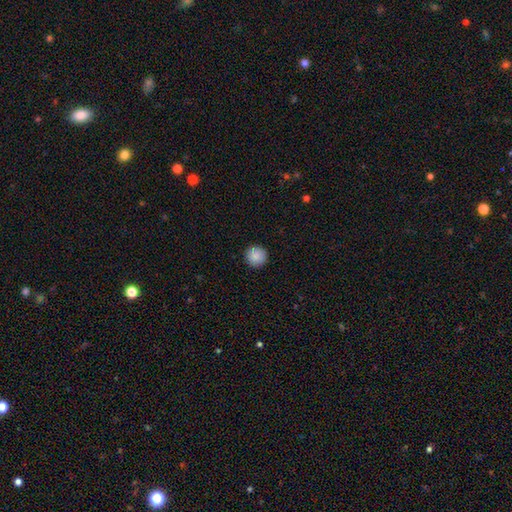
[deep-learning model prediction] smooth-or-featured: smooth: 89% | star or artifact: 8% | featured or disk: 3%
  how-rounded: round: 96% | in between: 3% | cigar-shaped: 1%
  merging: none: 92% | minor disturbance: 5% | major disturbance: 2% | merger: 1%